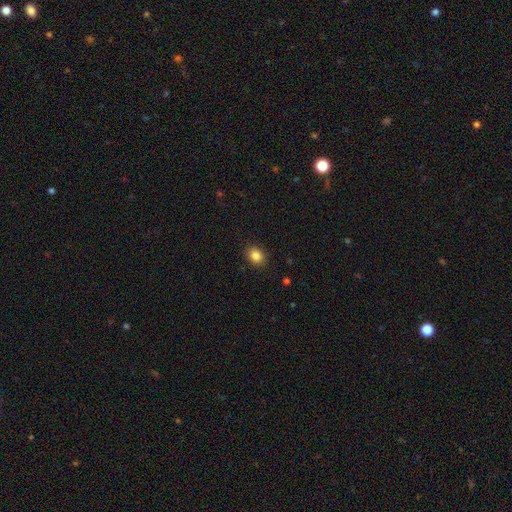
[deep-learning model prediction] Overall: smooth (85%). How rounded: in between (51%; round 48%). Merging: none (89%).